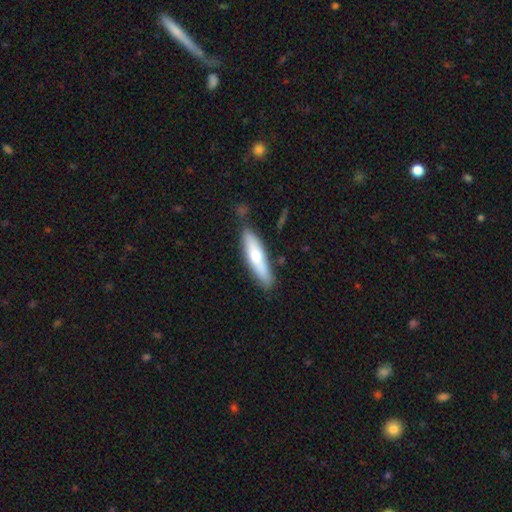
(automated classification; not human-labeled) smooth-or-featured: smooth: 60% | featured or disk: 34% | star or artifact: 6%
  how-rounded: cigar-shaped: 73% | in between: 25% | round: 2%
  merging: none: 78% | minor disturbance: 15% | merger: 5% | major disturbance: 3%